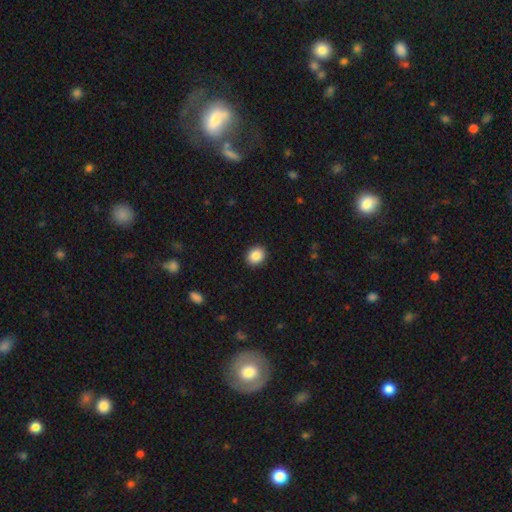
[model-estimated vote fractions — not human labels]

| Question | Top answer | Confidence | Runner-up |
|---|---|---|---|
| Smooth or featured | smooth | 88% | star or artifact (8%) |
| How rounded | round | 68% | in between (31%) |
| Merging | none | 92% | minor disturbance (6%) |